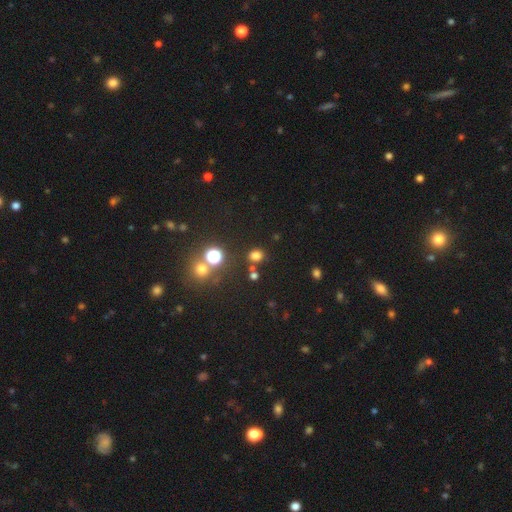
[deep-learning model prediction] Smooth or featured: smooth — 73% (star or artifact — 21%)
How rounded: round — 66% (in between — 33%)
Merging: none — 78% (minor disturbance — 10%)